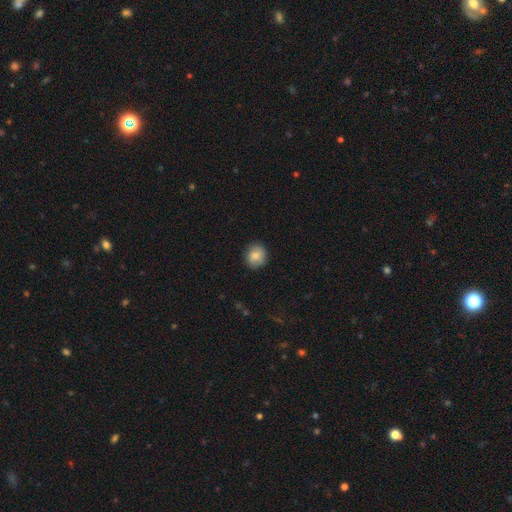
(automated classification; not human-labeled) Morphology: type=smooth (84%); roundness=round (84%); merging=none (86%).